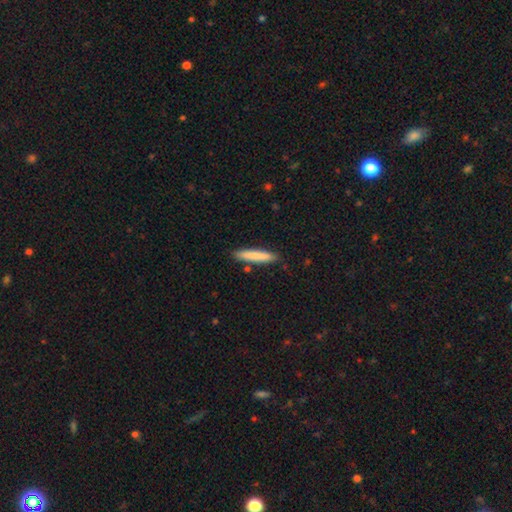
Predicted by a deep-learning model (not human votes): The model was most divided on "smooth or featured": smooth: 81%, featured or disk: 13%, star or artifact: 6%. More confident: how rounded — cigar-shaped (91%); merging — none (87%).